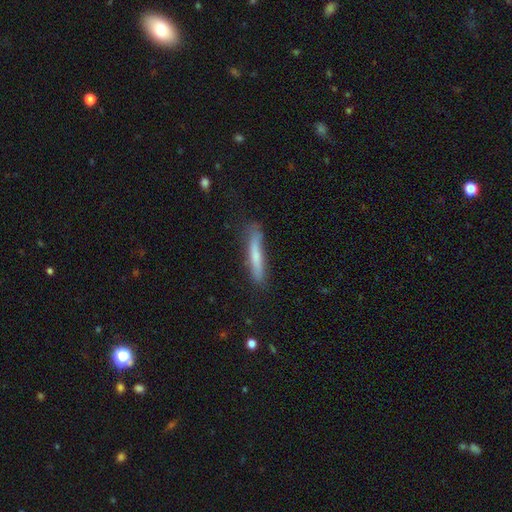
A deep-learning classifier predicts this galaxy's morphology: smooth_or_featured: smooth (p=0.65) [alt: featured or disk p=0.29]
how_rounded: cigar-shaped (p=0.93) [alt: in between p=0.06]
merging: none (p=0.71) [alt: minor disturbance p=0.22]